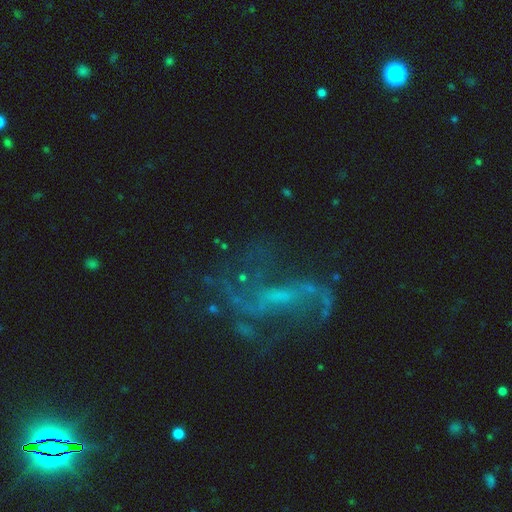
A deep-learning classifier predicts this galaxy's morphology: Overall: featured or disk (71%). Edge-on disk: no (95%). Bar: weak (42%; no 40%). Spiral arms: yes (74%). Spiral arm count: 2 (47%; can't tell 25%). Spiral winding: loose (74%). Bulge size: none (44%; small 40%). Merging: none (52%; major disturbance 28%).